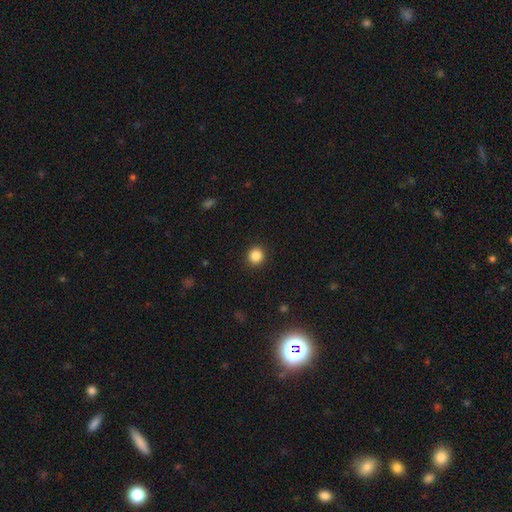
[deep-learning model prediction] A smooth galaxy with no disk features (86%) that is round (90%). Merging: none (92%).